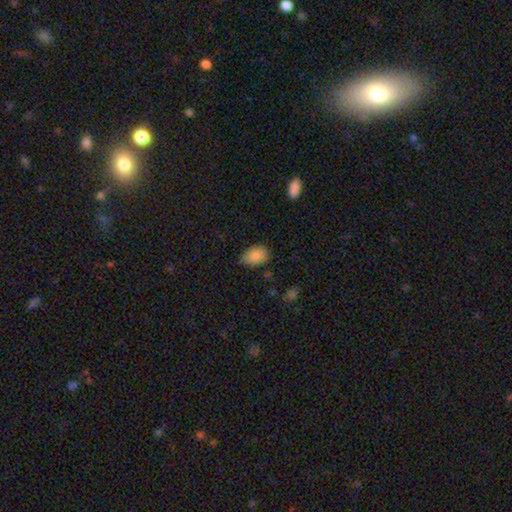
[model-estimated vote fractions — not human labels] A smooth galaxy with no disk features (86%) that is in between round and cigar-shaped (81%). Merging: none (62%).